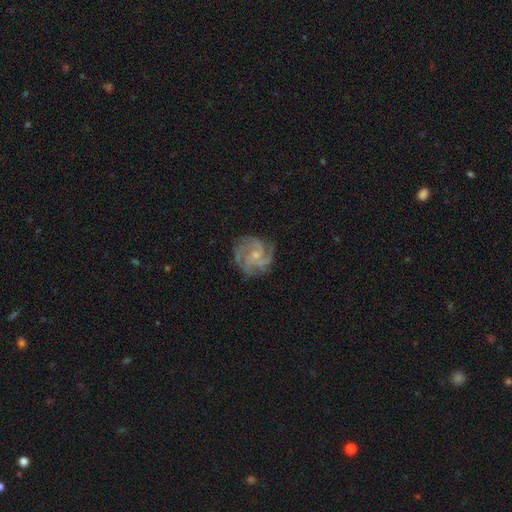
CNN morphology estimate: smooth_or_featured: featured or disk (p=0.87) [alt: smooth p=0.07]
disk_edge_on: no (p=0.98) [alt: yes p=0.02]
bar: no (p=0.68) [alt: weak p=0.28]
has_spiral_arms: yes (p=0.97) [alt: no p=0.03]
spiral_winding: tight (p=0.48) [alt: medium p=0.44]
spiral_arm_count: 3 (p=0.40) [alt: 4 p=0.26]
bulge_size: small (p=0.64) [alt: moderate p=0.31]
merging: none (p=0.76) [alt: minor disturbance p=0.17]